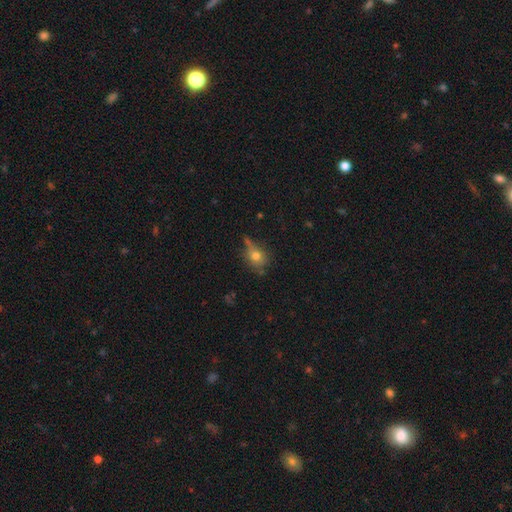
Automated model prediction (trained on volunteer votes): Smooth or featured: smooth — 69% (featured or disk — 17%)
How rounded: round — 59% (in between — 38%)
Merging: none — 54% (minor disturbance — 26%)